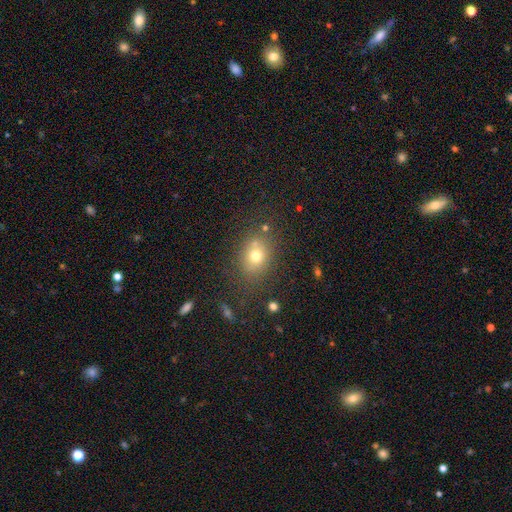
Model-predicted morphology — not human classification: smooth 71%, star or artifact 15%, featured or disk 14%. Down the decision tree: how rounded — in between (51%); merging — none (72%).